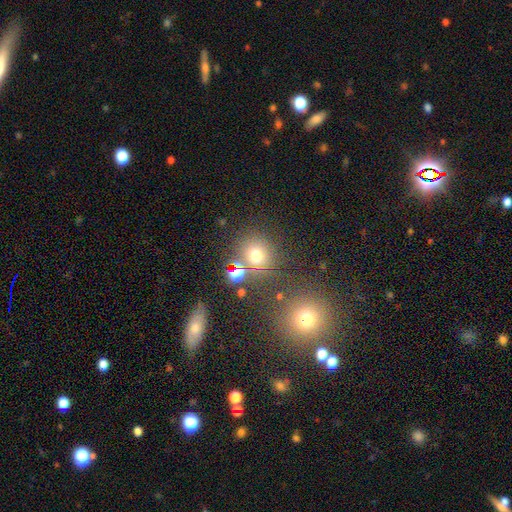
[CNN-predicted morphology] smooth_or_featured: smooth (p=0.65) [alt: star or artifact p=0.24]
how_rounded: round (p=0.84) [alt: in between p=0.14]
merging: none (p=0.68) [alt: merger p=0.15]